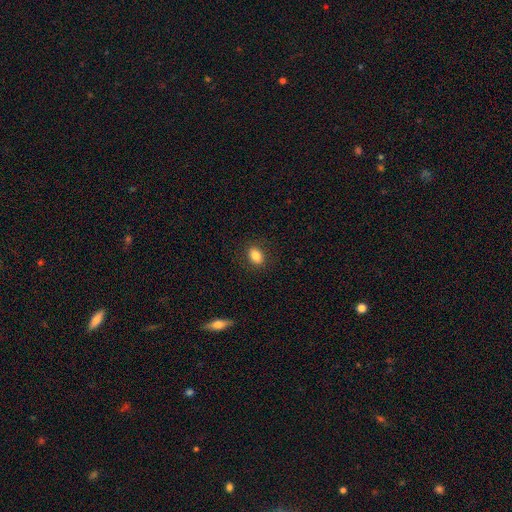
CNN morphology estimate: Smooth or featured? Predicted: smooth (p=0.84). How rounded? Predicted: in between (p=0.72). Merging? Predicted: none (p=0.87).